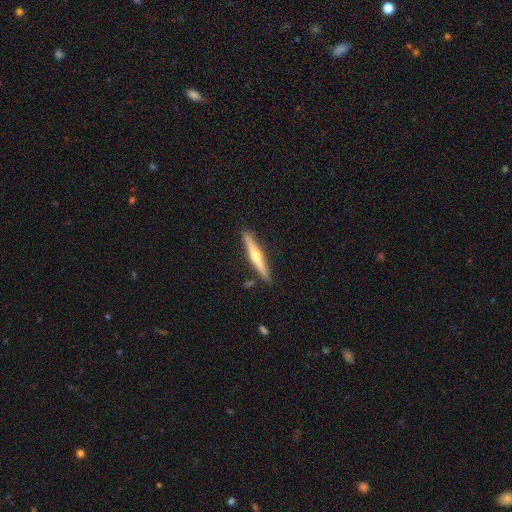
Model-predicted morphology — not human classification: The model was most divided on "smooth or featured": featured or disk: 68%, smooth: 27%, star or artifact: 5%. More confident: edge-on disk — yes (98%); edge-on bulge — rounded (91%); merging — none (88%).